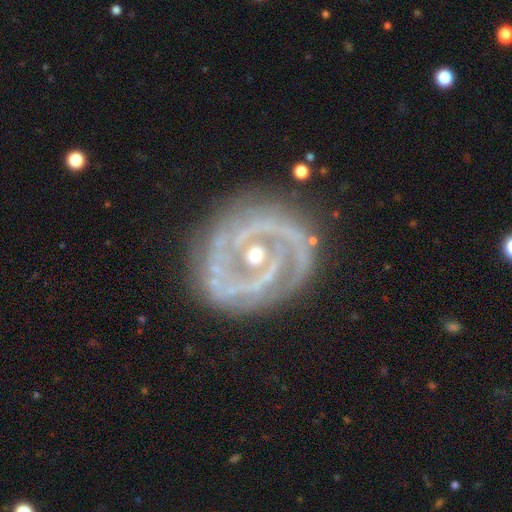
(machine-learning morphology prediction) smooth_or_featured: featured or disk (p=0.90) [alt: smooth p=0.05]
disk_edge_on: no (p=0.97) [alt: yes p=0.03]
bar: no (p=0.47) [alt: weak p=0.31]
has_spiral_arms: yes (p=0.93) [alt: no p=0.07]
spiral_winding: tight (p=0.65) [alt: medium p=0.29]
spiral_arm_count: 2 (p=0.64) [alt: 3 p=0.13]
bulge_size: moderate (p=0.58) [alt: small p=0.37]
merging: none (p=0.76) [alt: minor disturbance p=0.16]